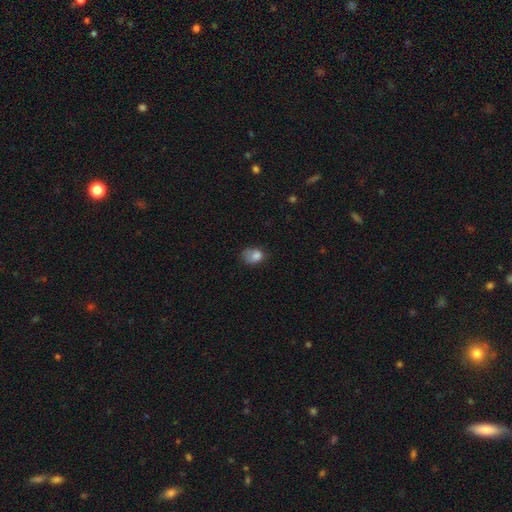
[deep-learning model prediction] A smooth galaxy with no disk features (79%) that is in between round and cigar-shaped (66%).

Vote fractions:
- Smooth or featured? smooth: 79% / featured or disk: 11% / star or artifact: 10%
- How rounded? in between: 66% / round: 33% / cigar-shaped: 1%
- Merging? none: 38% / minor disturbance: 35% / major disturbance: 24% / merger: 3%